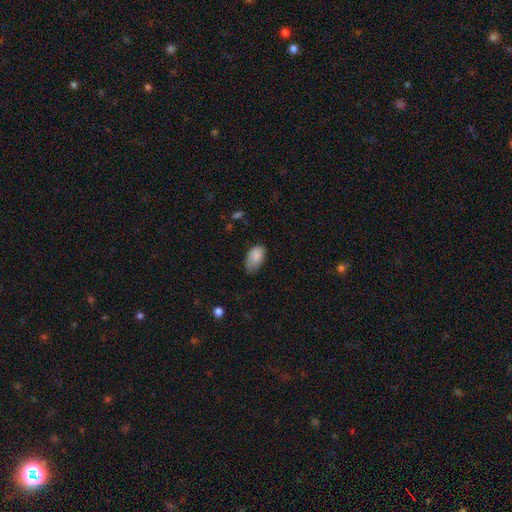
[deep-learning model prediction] This appears to be a smooth galaxy with no disk features (87%) that is in between round and cigar-shaped (92%). Merging: none (51%).